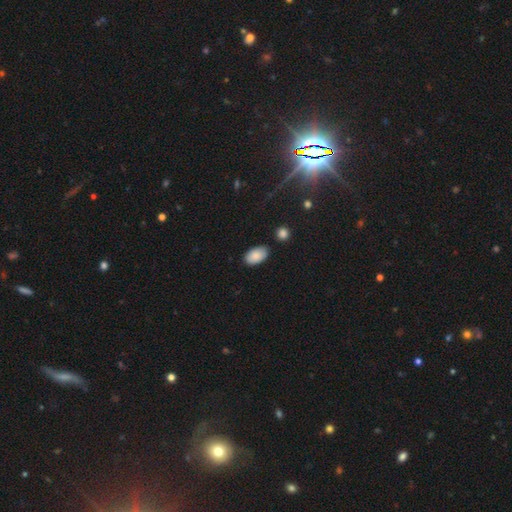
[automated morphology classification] The model was most divided on "merging": none: 79%, minor disturbance: 15%, merger: 3%, major disturbance: 3%. More confident: how rounded — in between (94%); smooth or featured — smooth (88%).